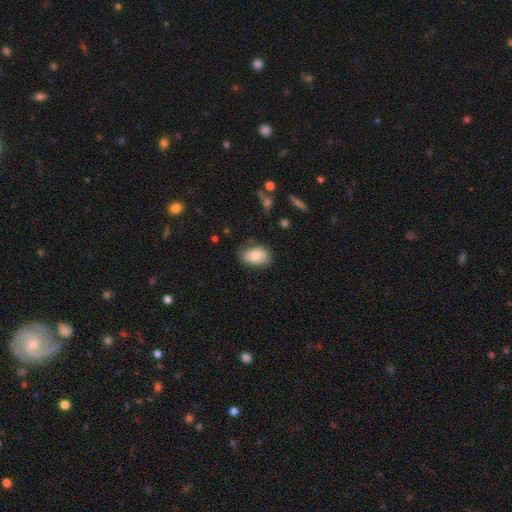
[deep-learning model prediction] This appears to be a smooth galaxy with no disk features (79%) that is in between round and cigar-shaped (85%). Merging: none (76%).